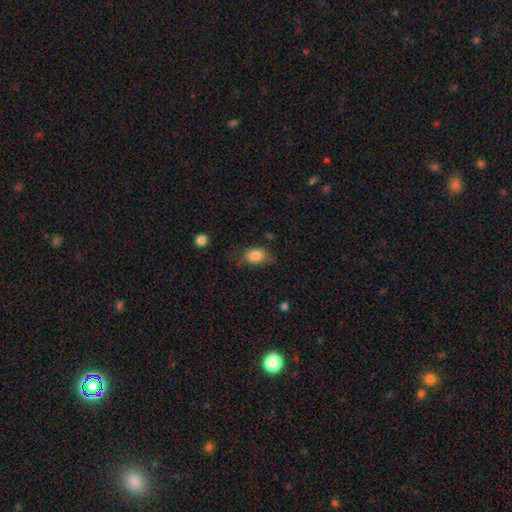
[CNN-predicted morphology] smooth_or_featured: smooth (p=0.83) [alt: featured or disk p=0.09]
how_rounded: in between (p=0.77) [alt: round p=0.21]
merging: none (p=0.58) [alt: minor disturbance p=0.30]